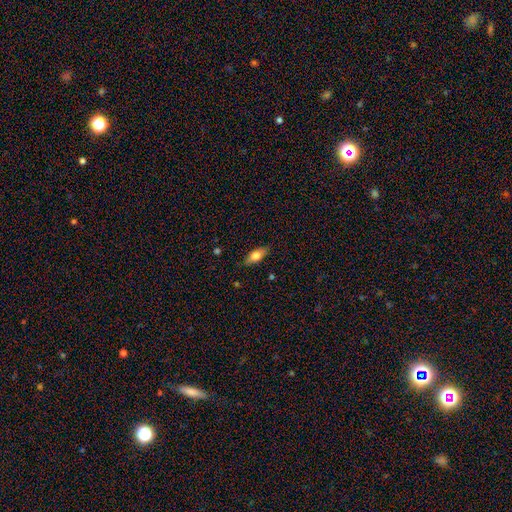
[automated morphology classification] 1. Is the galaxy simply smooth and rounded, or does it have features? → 70% smooth, 23% featured or disk, 7% star or artifact.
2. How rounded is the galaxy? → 78% in between, 19% cigar-shaped, 4% round.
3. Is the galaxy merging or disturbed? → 83% none, 13% minor disturbance, 3% major disturbance, 1% merger.